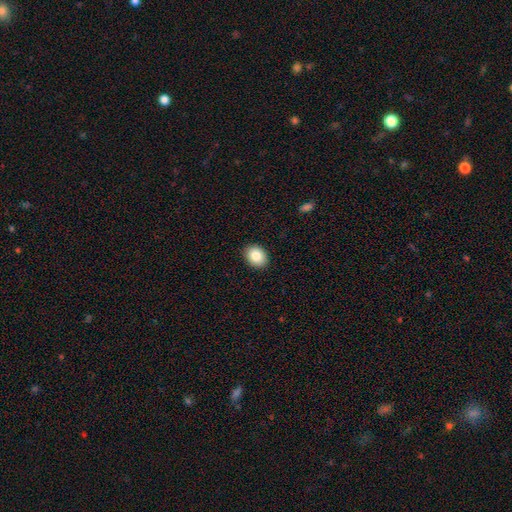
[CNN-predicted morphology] This is clearly a smooth galaxy (85%). How rounded: likely in between (63%). Merging: clearly none (90%).